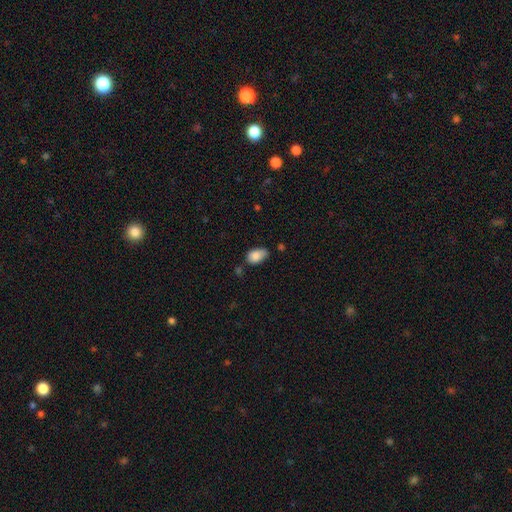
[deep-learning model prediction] Smooth or featured? Predicted: smooth (p=0.82). How rounded? Predicted: in between (p=0.88). Merging? Predicted: none (p=0.47).